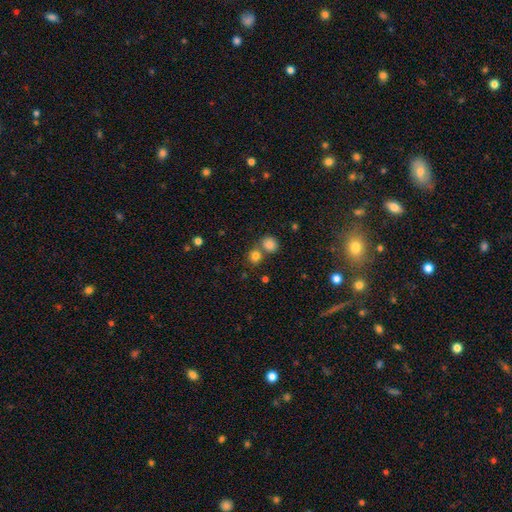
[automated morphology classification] Smooth or featured? Predicted: smooth (p=0.80). How rounded? Predicted: round (p=0.83). Merging? Predicted: none (p=0.58).